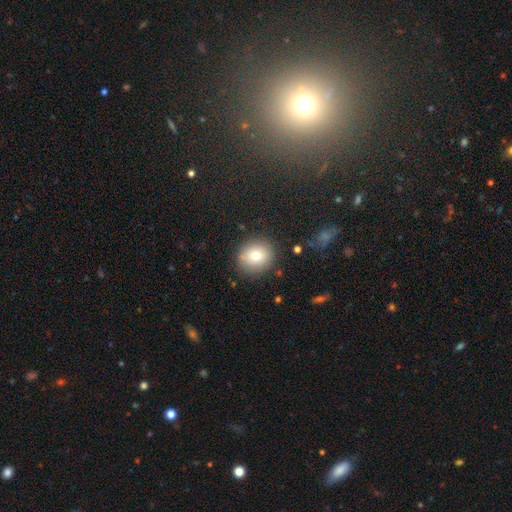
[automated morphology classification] The model was most divided on "smooth or featured": smooth: 74%, featured or disk: 14%, star or artifact: 11%. More confident: how rounded — round (86%); merging — none (86%).